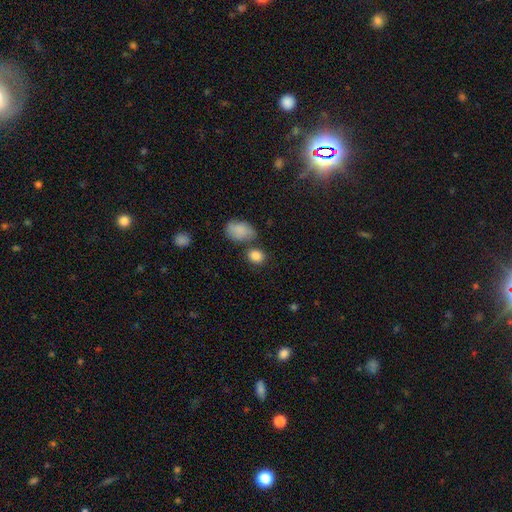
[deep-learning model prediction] This is clearly a smooth galaxy (86%). How rounded: possibly round (54%). Merging: likely none (66%).